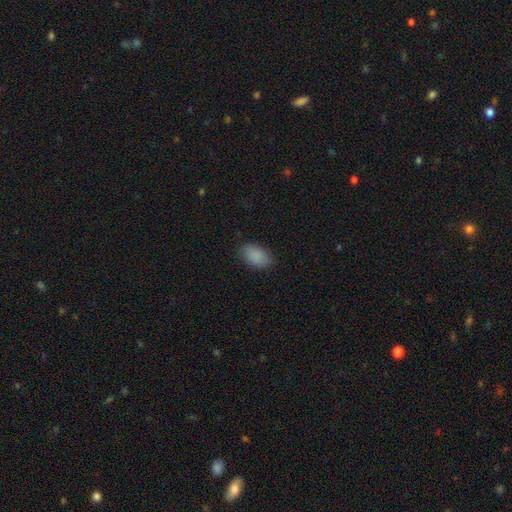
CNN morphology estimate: smooth-or-featured: smooth: 89% | star or artifact: 7% | featured or disk: 4%
  how-rounded: in between: 92% | round: 7% | cigar-shaped: 1%
  merging: none: 84% | minor disturbance: 12% | major disturbance: 3% | merger: 1%